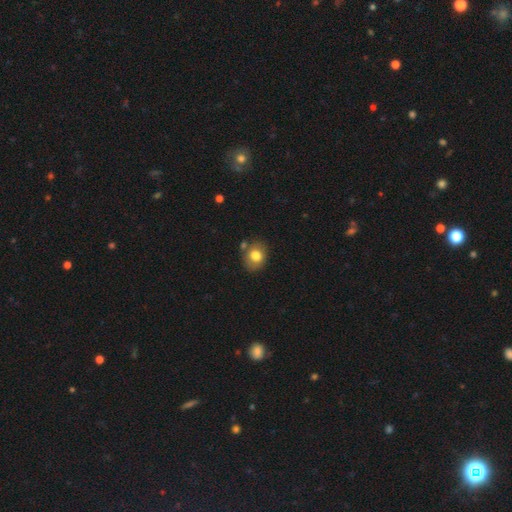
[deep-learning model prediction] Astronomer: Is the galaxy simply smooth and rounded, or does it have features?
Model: smooth — 77%.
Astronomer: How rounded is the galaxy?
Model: round — 57% (runner-up: in between, 42%).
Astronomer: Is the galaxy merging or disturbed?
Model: none — 72%.